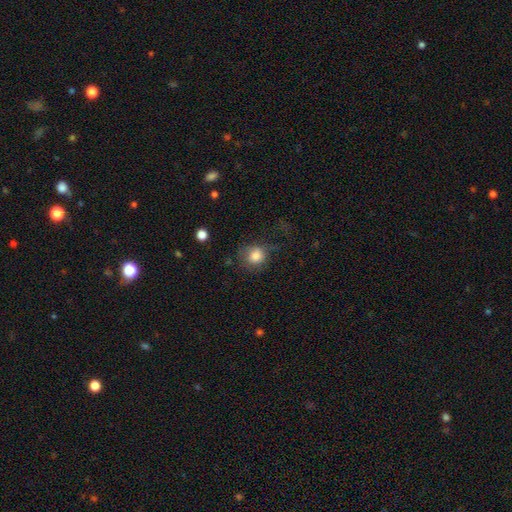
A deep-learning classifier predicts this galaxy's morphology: Smooth or featured? smooth (82%)
How rounded? round (79%)
Merging? none (57%)